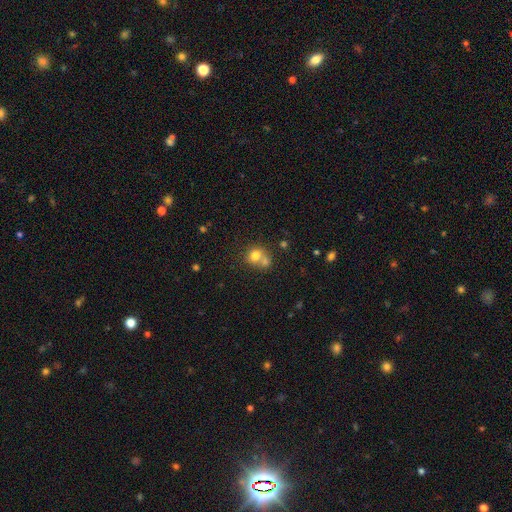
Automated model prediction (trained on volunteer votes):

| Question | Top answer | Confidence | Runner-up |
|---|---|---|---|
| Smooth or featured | smooth | 75% | featured or disk (13%) |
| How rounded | round | 75% | in between (24%) |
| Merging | merger | 51% | none (37%) |